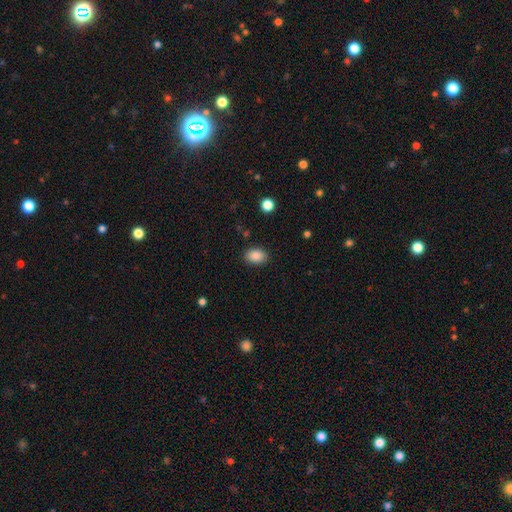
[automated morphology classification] Smooth or featured: smooth — 88% (star or artifact — 8%)
How rounded: in between — 78% (round — 21%)
Merging: none — 88% (minor disturbance — 9%)